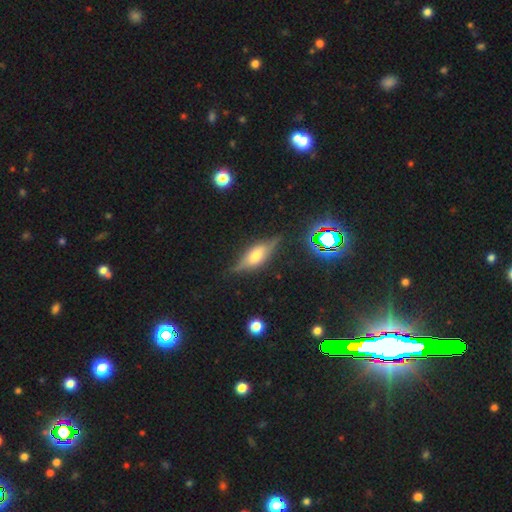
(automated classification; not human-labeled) Morphology: type=featured or disk (65%); edge-on=yes (89%); edge-on bulge=rounded (82%); merging=none (77%).